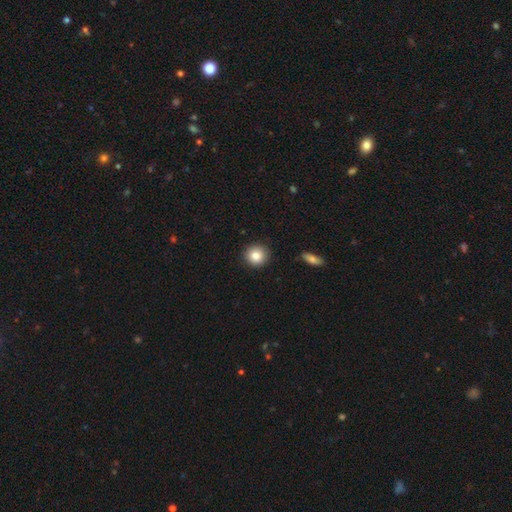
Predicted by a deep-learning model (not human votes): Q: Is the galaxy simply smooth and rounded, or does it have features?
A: smooth — 83%.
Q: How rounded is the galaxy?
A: round — 93%.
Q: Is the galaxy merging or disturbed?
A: none — 91%.